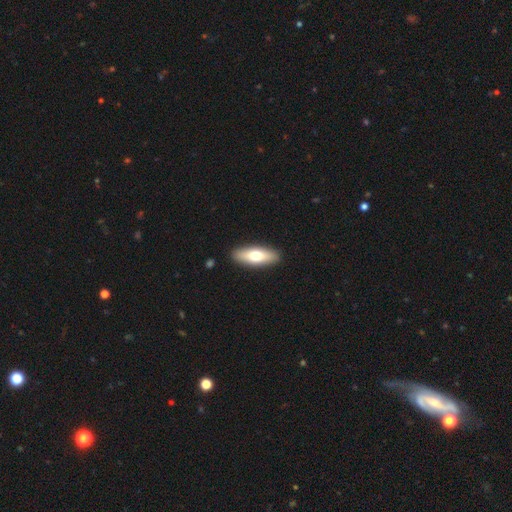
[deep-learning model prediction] A smooth galaxy with no disk features (67%) that is in between round and cigar-shaped (61%). Merging: none (91%).